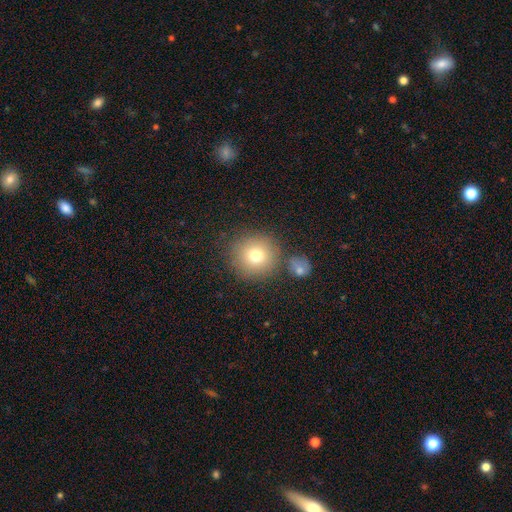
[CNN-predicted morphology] smooth-or-featured: smooth: 76% | star or artifact: 12% | featured or disk: 12%
  how-rounded: round: 93% | in between: 7% | cigar-shaped: 1%
  merging: none: 78% | merger: 10% | minor disturbance: 9% | major disturbance: 4%